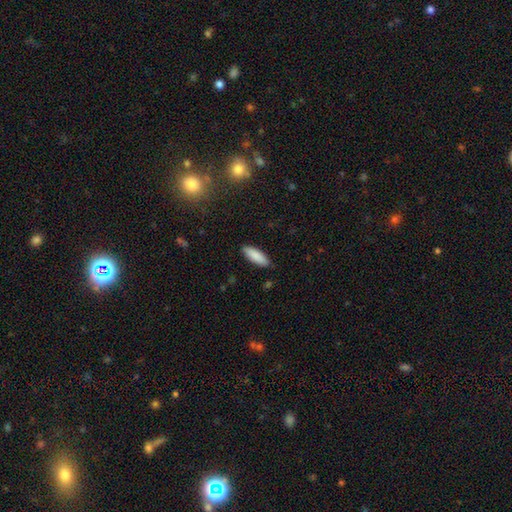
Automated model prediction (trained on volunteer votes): Smooth or featured?
  - smooth: 88% *
  - featured or disk: 6%
  - star or artifact: 6%
How rounded?
  - in between: 62% *
  - cigar-shaped: 37%
  - round: 1%
Merging?
  - none: 86% *
  - minor disturbance: 11%
  - major disturbance: 2%
  - merger: 1%